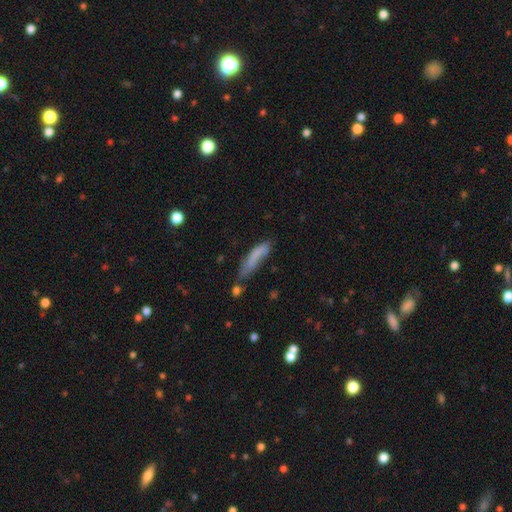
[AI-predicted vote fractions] This is likely a smooth galaxy (69%). How rounded: likely cigar-shaped (77%). Merging: possibly none (48%).